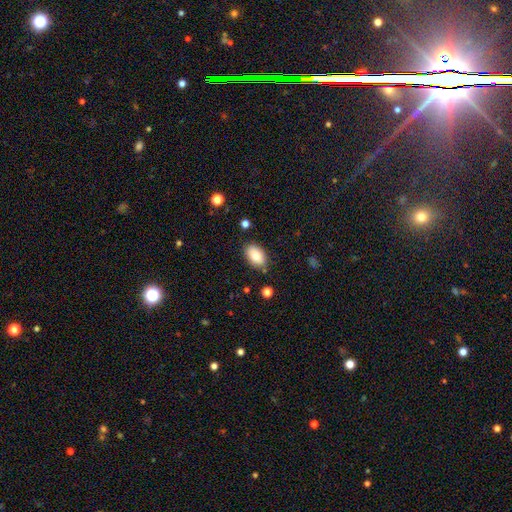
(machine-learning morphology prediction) smooth 85%, featured or disk 7%, star or artifact 7%. Down the decision tree: how rounded — in between (93%); merging — none (82%).